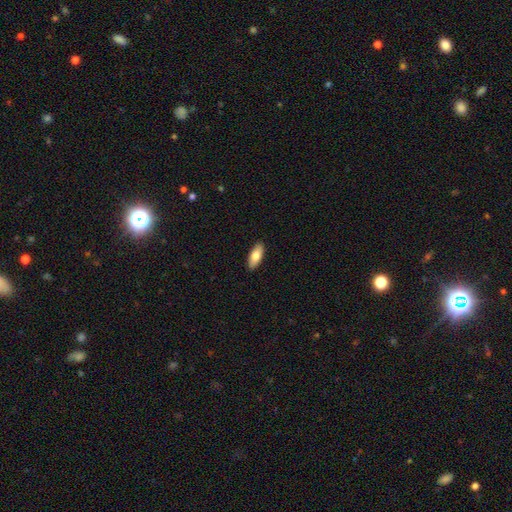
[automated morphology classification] This appears to be a smooth galaxy with no disk features (76%) that is in between round and cigar-shaped (78%). Merging: none (90%).